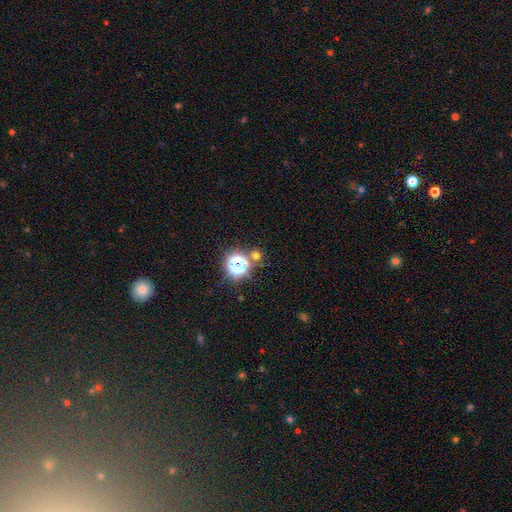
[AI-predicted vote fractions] Smooth or featured: star or artifact — 51% (smooth — 42%)